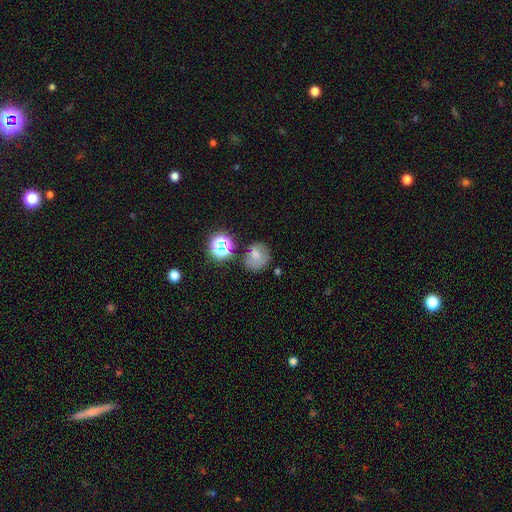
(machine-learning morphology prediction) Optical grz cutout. It shows a smooth galaxy with no disk features (65%) that is round (71%). Merging: none (60%).